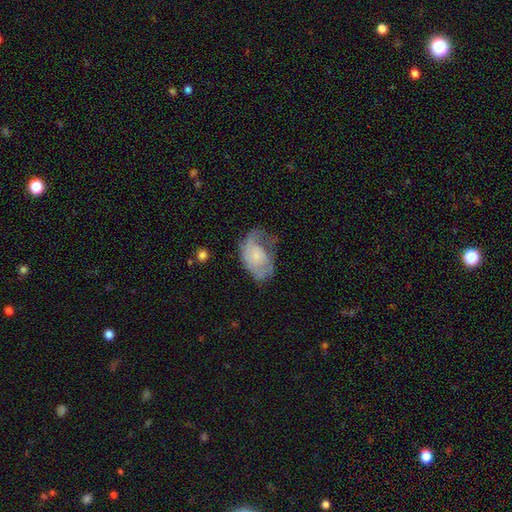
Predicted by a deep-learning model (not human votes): This appears to be a featured or disk galaxy (63%) with no bar (76%), spiral arms (79%) and a small central bulge (64%). Merging: none (39%).